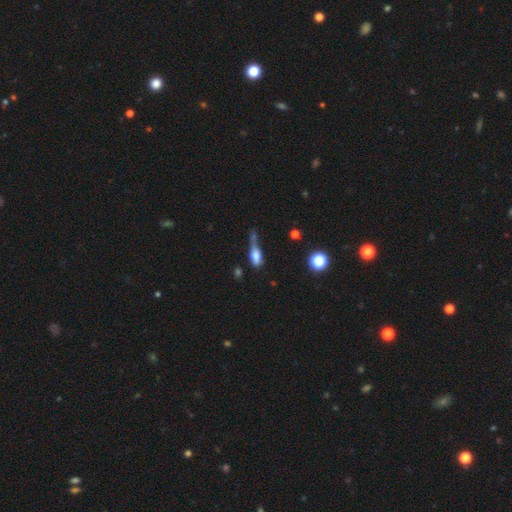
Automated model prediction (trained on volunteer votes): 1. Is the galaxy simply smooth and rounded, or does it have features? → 67% smooth, 22% featured or disk, 11% star or artifact.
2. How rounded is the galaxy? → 71% in between, 20% cigar-shaped, 10% round.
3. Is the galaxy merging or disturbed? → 26% merger (tied), 26% none (tied), 24% minor disturbance, 24% major disturbance.